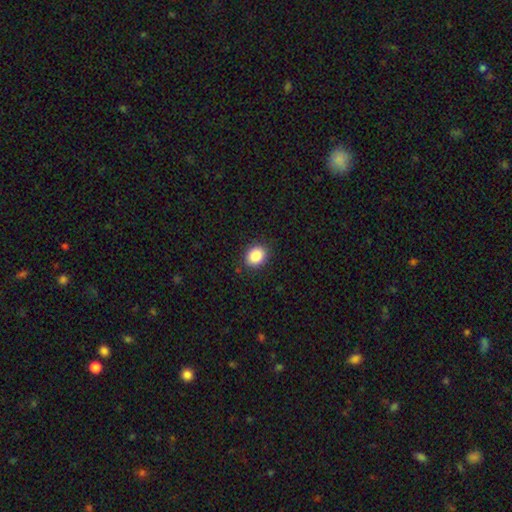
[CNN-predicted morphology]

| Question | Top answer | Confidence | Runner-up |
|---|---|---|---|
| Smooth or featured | smooth | 87% | star or artifact (9%) |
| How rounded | round | 57% | in between (42%) |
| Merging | none | 88% | minor disturbance (8%) |